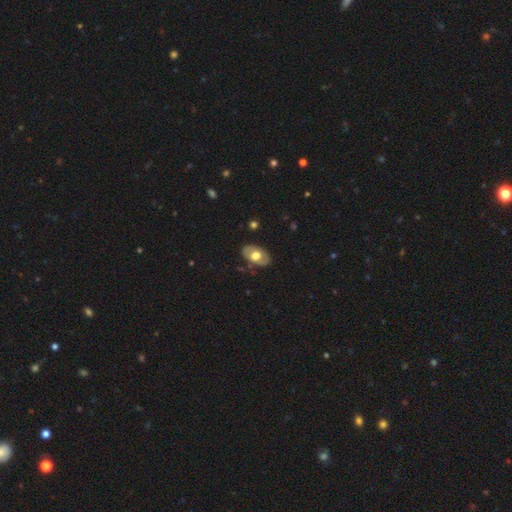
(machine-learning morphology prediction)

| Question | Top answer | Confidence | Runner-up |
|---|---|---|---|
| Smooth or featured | smooth | 51% | featured or disk (43%) |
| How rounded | in between | 88% | round (11%) |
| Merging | none | 79% | minor disturbance (16%) |